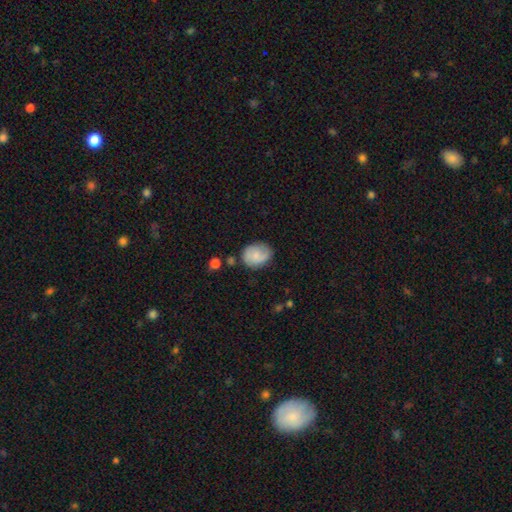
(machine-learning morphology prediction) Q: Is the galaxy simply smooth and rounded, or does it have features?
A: smooth — 64%.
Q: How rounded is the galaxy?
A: in between — 51%.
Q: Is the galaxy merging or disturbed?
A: none — 66%.